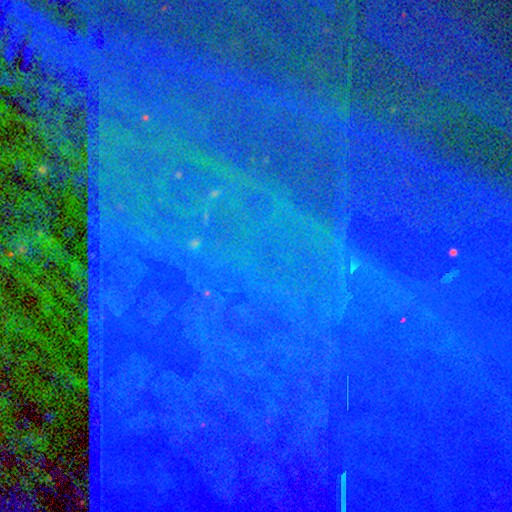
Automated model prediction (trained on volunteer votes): smooth-or-featured: star or artifact: 86% | smooth: 7% | featured or disk: 7%